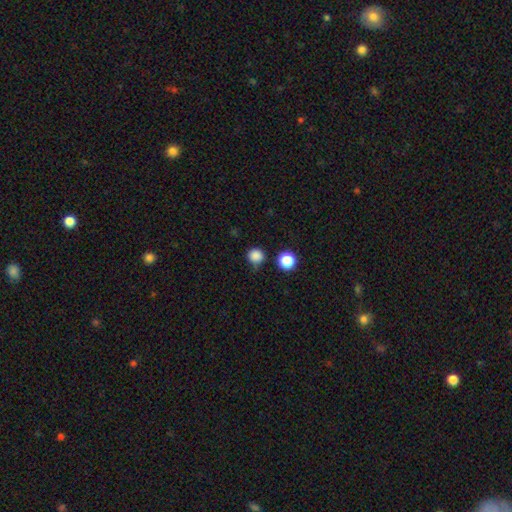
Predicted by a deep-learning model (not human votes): Q: Smooth or featured?
A: smooth (84%); runner-up: star or artifact (13%)
Q: How rounded?
A: round (92%); runner-up: in between (7%)
Q: Merging?
A: none (77%); runner-up: minor disturbance (14%)